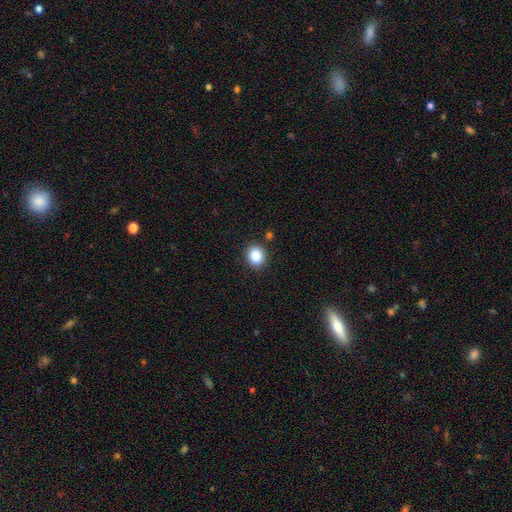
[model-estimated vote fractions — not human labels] Morphology: type=smooth (88%); roundness=round (69%); merging=none (86%).